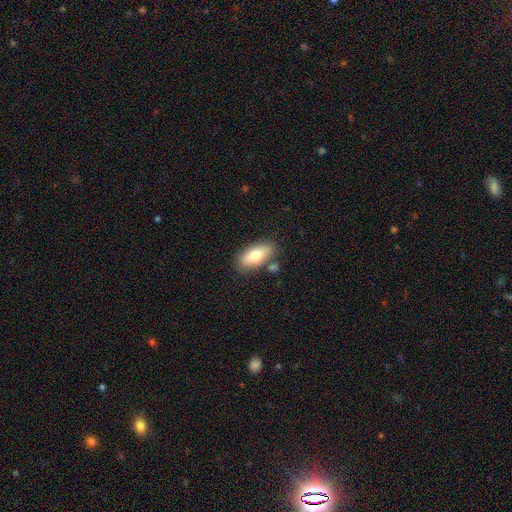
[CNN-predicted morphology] smooth-or-featured: smooth: 74% | featured or disk: 19% | star or artifact: 7%
  how-rounded: in between: 86% | cigar-shaped: 11% | round: 3%
  merging: none: 77% | minor disturbance: 12% | merger: 7% | major disturbance: 3%